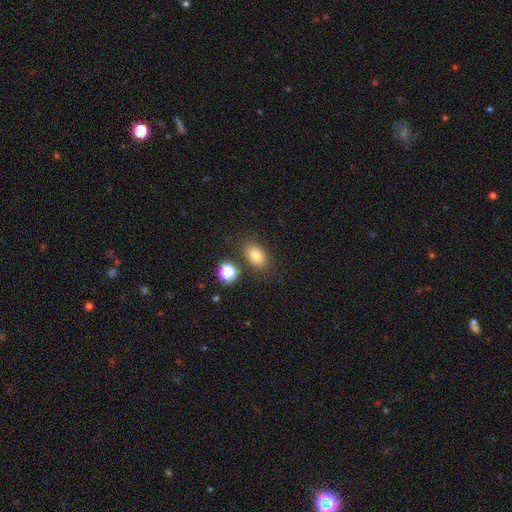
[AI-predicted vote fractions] This is likely a smooth galaxy (79%). How rounded: clearly in between (81%). Merging: likely none (79%).